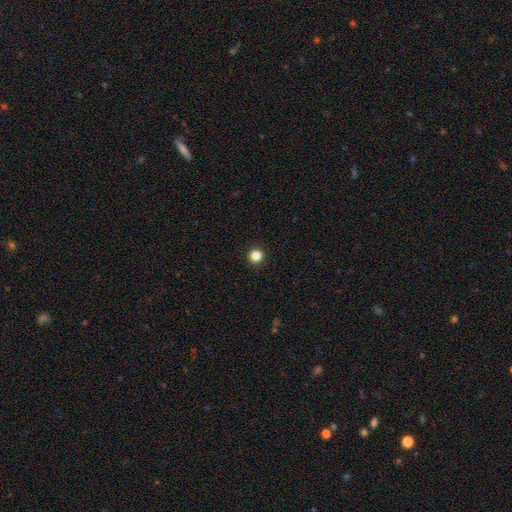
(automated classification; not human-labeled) A smooth galaxy with no disk features (86%) that is round (93%).

Vote fractions:
- Smooth or featured? smooth: 86% / star or artifact: 11% / featured or disk: 3%
- How rounded? round: 93% / in between: 6% / cigar-shaped: 1%
- Merging? none: 93% / minor disturbance: 4% / major disturbance: 2% / merger: 1%